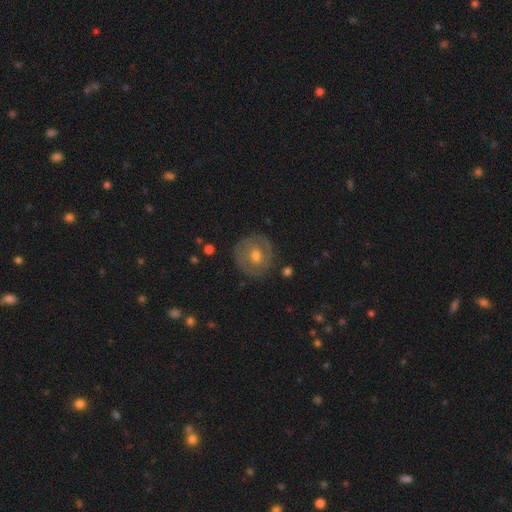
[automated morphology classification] Smooth or featured?
  - featured or disk: 60% *
  - smooth: 32%
  - star or artifact: 8%
Edge-on disk?
  - no: 96% *
  - yes: 4%
Bar?
  - no: 62% *
  - weak: 31%
  - strong: 8%
Spiral arms?
  - yes: 62% *
  - no: 38%
Bulge size?
  - moderate: 70% *
  - small: 25%
  - large: 3%
  - none: 1%
  - dominant: 1%
Merging?
  - none: 84% *
  - minor disturbance: 11%
  - major disturbance: 3%
  - merger: 1%